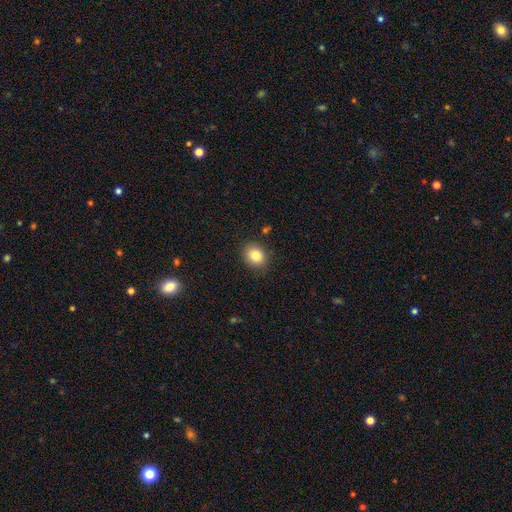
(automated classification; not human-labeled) A smooth galaxy with no disk features (84%) that is round (59%). Merging: none (87%).